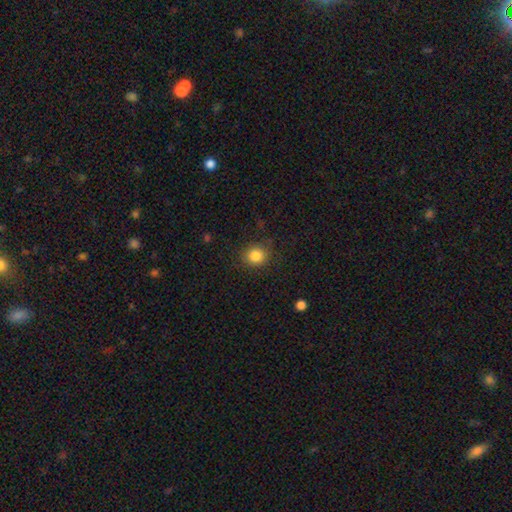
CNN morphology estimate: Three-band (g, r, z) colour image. It shows a smooth galaxy with no disk features (84%) that is round (85%). Merging: none (85%).